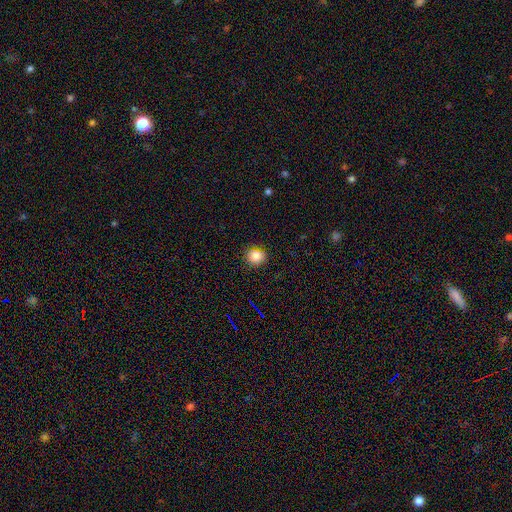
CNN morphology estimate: A smooth galaxy with no disk features (84%) that is round (88%).

Vote fractions:
- Smooth or featured? smooth: 84% / star or artifact: 12% / featured or disk: 4%
- How rounded? round: 88% / in between: 11% / cigar-shaped: 1%
- Merging? none: 86% / minor disturbance: 11% / major disturbance: 3% / merger: 1%